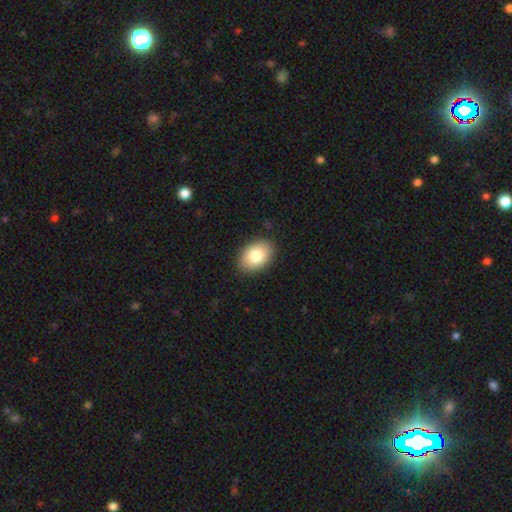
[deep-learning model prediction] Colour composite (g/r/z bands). It shows a smooth galaxy with no disk features (82%) that is in between round and cigar-shaped (82%). Merging: none (88%).